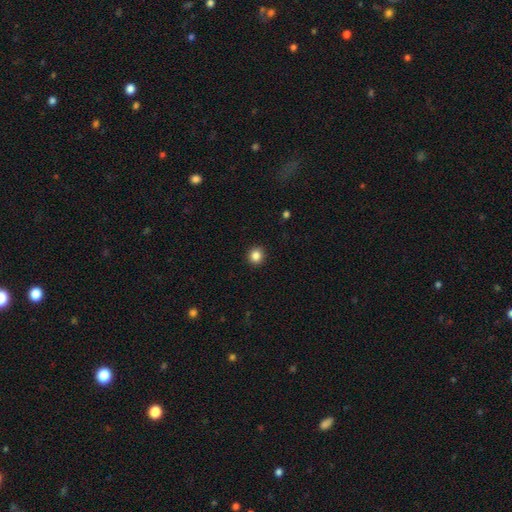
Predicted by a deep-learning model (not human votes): Smooth or featured? Predicted: smooth (p=0.85). How rounded? Predicted: round (p=0.90). Merging? Predicted: none (p=0.92).